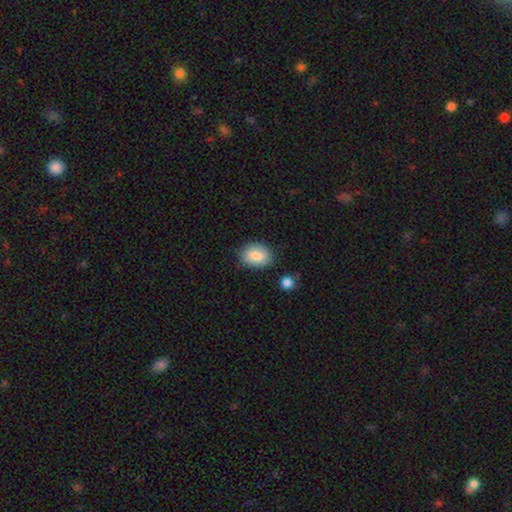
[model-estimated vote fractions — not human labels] Smooth or featured? Predicted: smooth (p=0.83). How rounded? Predicted: in between (p=0.74). Merging? Predicted: none (p=0.80).